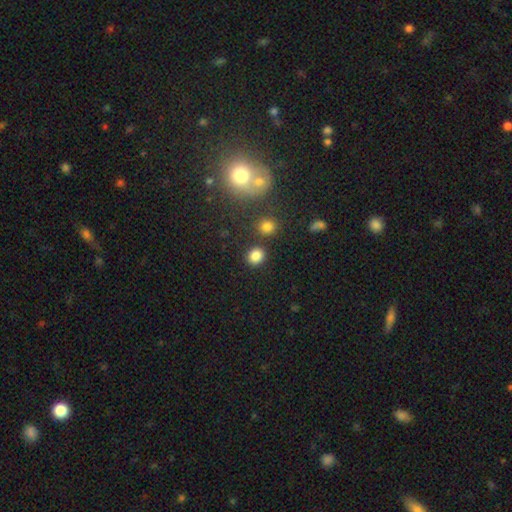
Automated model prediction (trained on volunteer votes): This is clearly a smooth galaxy (83%). How rounded: likely round (72%). Merging: clearly none (83%).